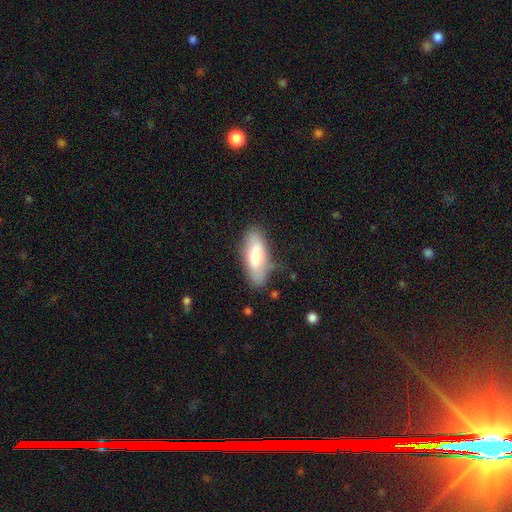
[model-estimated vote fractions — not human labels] This appears to be a smooth galaxy with no disk features (71%) that is in between round and cigar-shaped (69%). Merging: none (76%).